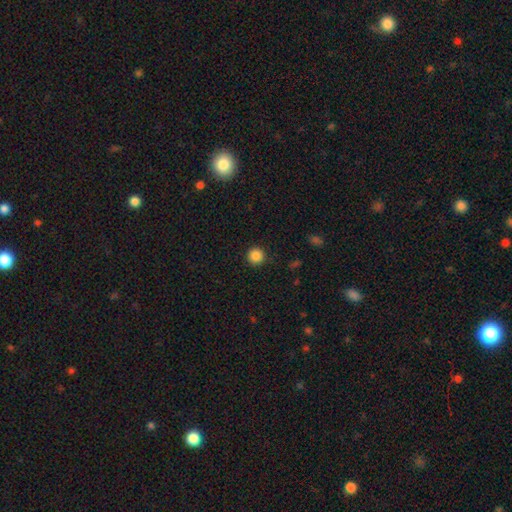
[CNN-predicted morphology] Smooth or featured? Predicted: smooth (p=0.86). How rounded? Predicted: round (p=0.95). Merging? Predicted: none (p=0.91).